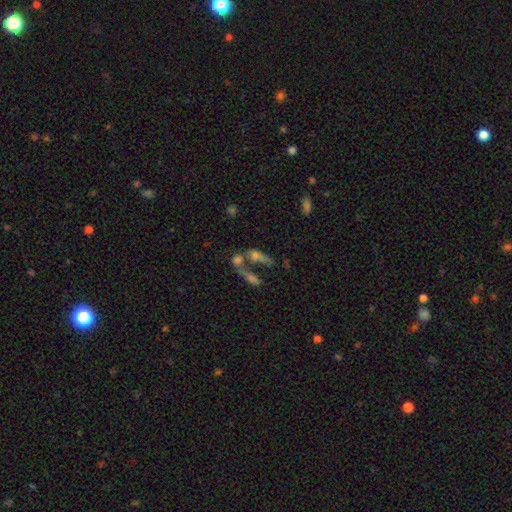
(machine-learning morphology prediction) Smooth or featured? smooth (46%)
Merging? merger (60%)